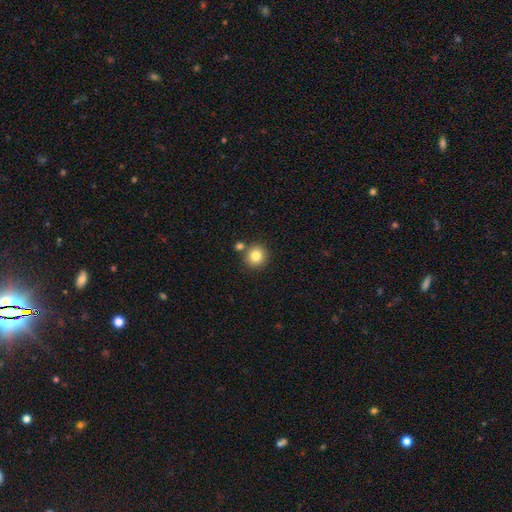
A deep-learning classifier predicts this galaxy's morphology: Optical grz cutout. It shows a smooth galaxy with no disk features (82%) that is round (91%). Merging: none (77%).